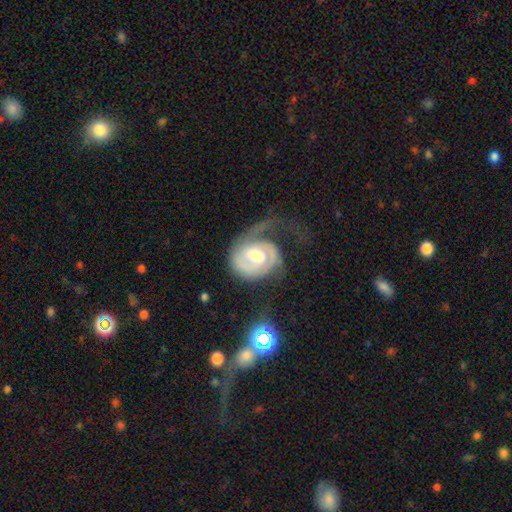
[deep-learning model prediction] A featured or disk galaxy (81%) with a weak bar (46%), 1 (43%) tight (51%) spiral arms (93%) and a moderate central bulge (58%).

Vote fractions:
- Smooth or featured? featured or disk: 81% / smooth: 13% / star or artifact: 5%
- Edge-on disk? no: 98% / yes: 2%
- Bar? weak: 46% / no: 41% / strong: 12%
- Spiral arms? yes: 93% / no: 7%
- Spiral winding? tight: 51% / medium: 33% / loose: 16%
- Spiral arm count? 1: 43% / 2: 36% / can't tell: 13% / 3: 4% / 4: 2% / more than 4: 2%
- Bulge size? moderate: 58% / small: 26% / large: 11% / none: 3% / dominant: 2%
- Merging? major disturbance: 42% / none: 34% / minor disturbance: 21% / merger: 3%